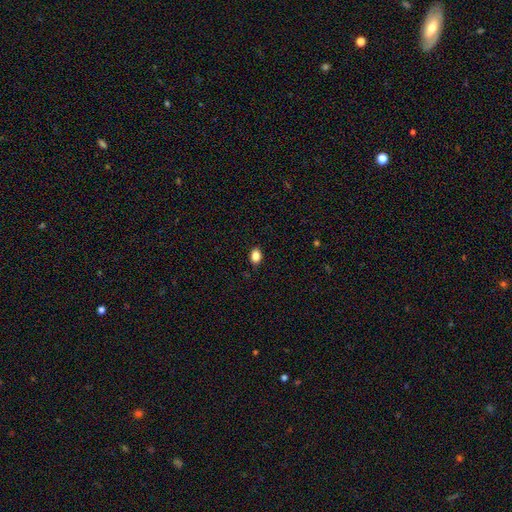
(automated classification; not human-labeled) Morphology: type=smooth (86%); roundness=in between (75%); merging=none (87%).